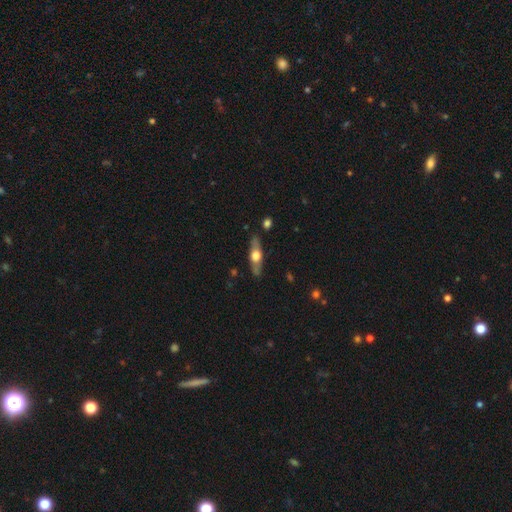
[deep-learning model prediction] The model was most divided on "smooth or featured": featured or disk: 57%, smooth: 37%, star or artifact: 5%. More confident: edge-on disk — yes (84%); merging — none (83%).